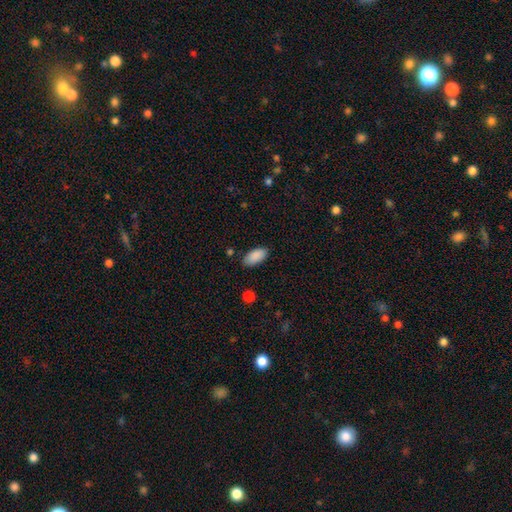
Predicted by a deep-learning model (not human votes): Smooth or featured? smooth (89%)
How rounded? in between (93%)
Merging? none (83%)